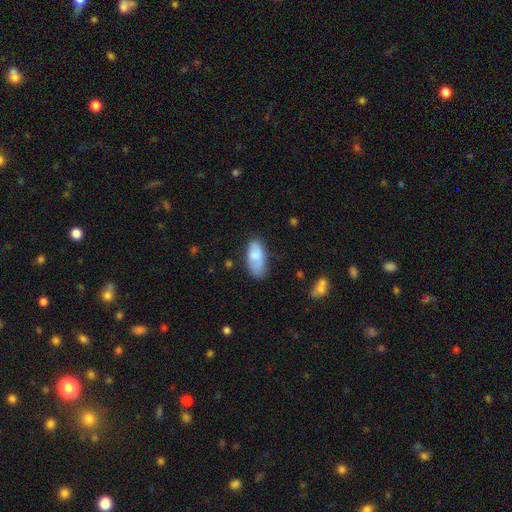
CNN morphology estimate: Overall: smooth (82%). How rounded: in between (89%). Merging: none (62%; minor disturbance 27%).